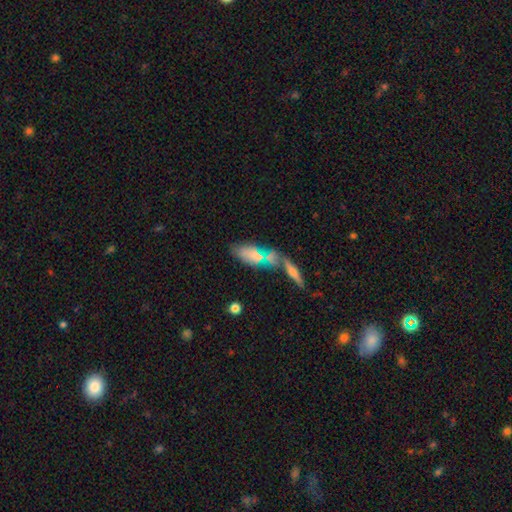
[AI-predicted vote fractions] This is likely a smooth galaxy (66%). How rounded: likely in between (76%). Merging: marginally none (40%).